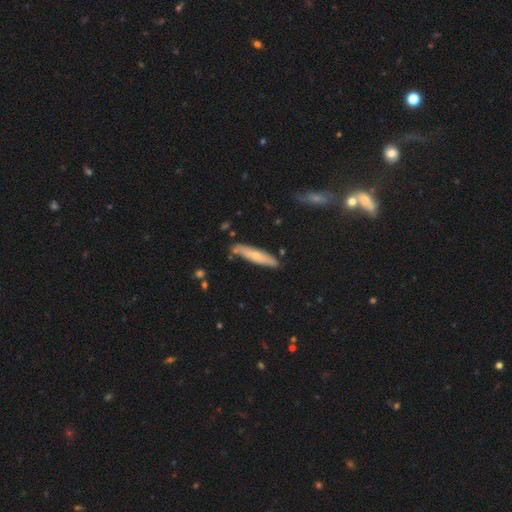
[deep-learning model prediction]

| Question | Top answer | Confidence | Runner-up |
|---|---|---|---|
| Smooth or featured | smooth | 59% | featured or disk (35%) |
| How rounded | cigar-shaped | 86% | in between (13%) |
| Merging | none | 81% | minor disturbance (14%) |